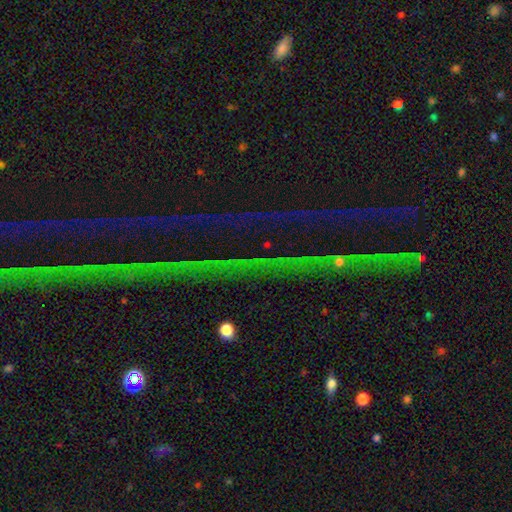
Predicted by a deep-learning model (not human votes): A star or artifact, not a galaxy (74%).